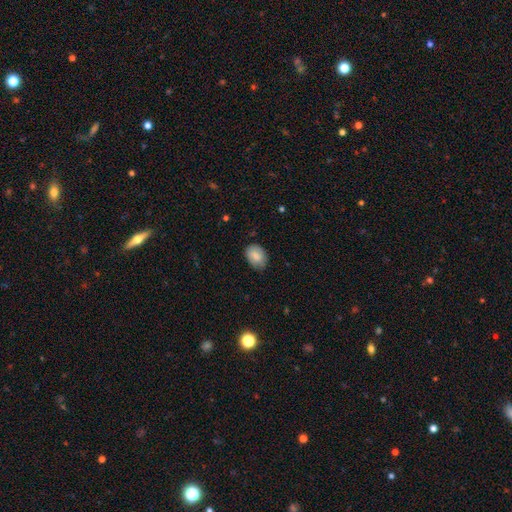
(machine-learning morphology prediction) This appears to be a smooth galaxy with no disk features (80%) that is in between round and cigar-shaped (77%). Merging: none (69%).